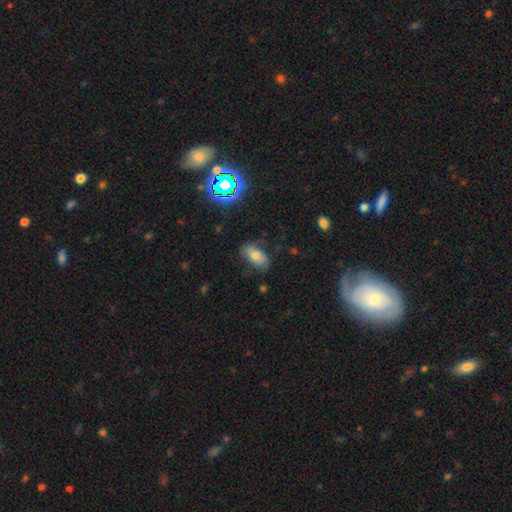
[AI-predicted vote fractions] Smooth or featured? smooth (60%)
How rounded? in between (89%)
Merging? none (69%)